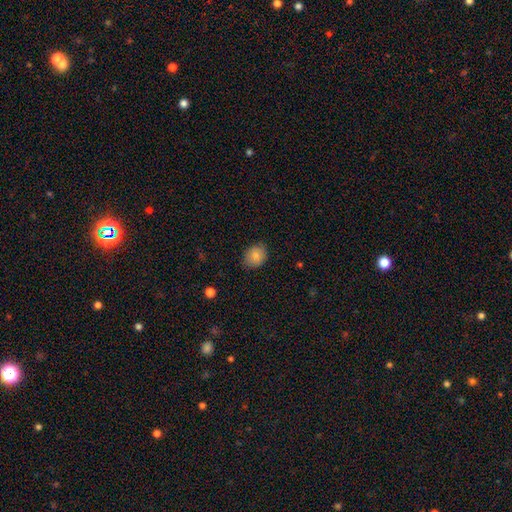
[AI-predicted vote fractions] Smooth or featured? smooth (82%)
How rounded? in between (50%)
Merging? none (81%)